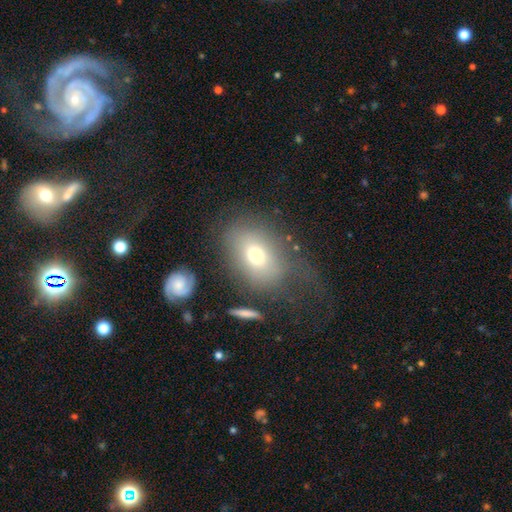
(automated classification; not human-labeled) smooth 66%, featured or disk 23%, star or artifact 11%. Down the decision tree: how rounded — in between (75%); merging — none (50%).